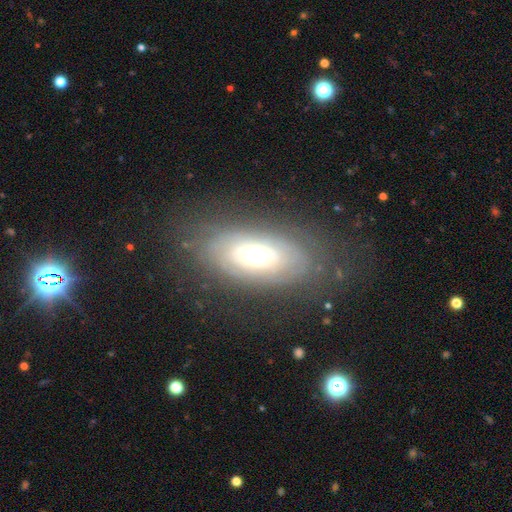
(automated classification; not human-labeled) A featured or disk galaxy (60%).

Vote fractions:
- Smooth or featured? featured or disk: 60% / smooth: 32% / star or artifact: 9%
- Edge-on disk? no: 83% / yes: 17%
- Merging? none: 74% / minor disturbance: 16% / major disturbance: 9% / merger: 1%